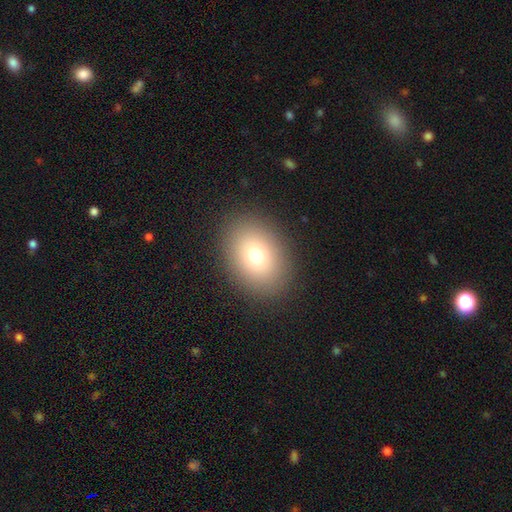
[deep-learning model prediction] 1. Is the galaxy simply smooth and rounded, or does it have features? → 74% smooth, 13% star or artifact, 13% featured or disk.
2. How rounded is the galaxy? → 62% in between, 37% round, 1% cigar-shaped.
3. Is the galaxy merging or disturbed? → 88% none, 7% minor disturbance, 3% major disturbance, 1% merger.